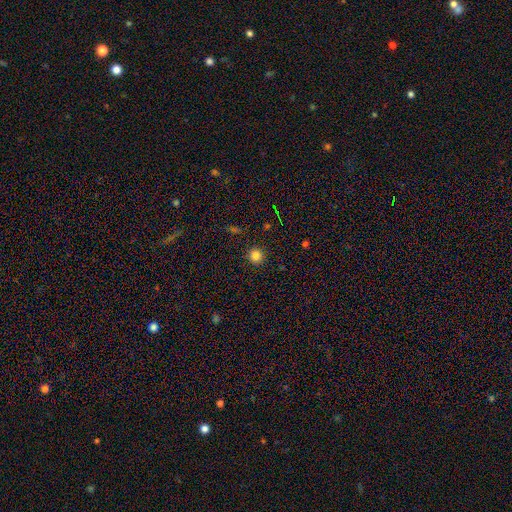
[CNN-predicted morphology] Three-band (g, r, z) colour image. It shows a smooth galaxy with no disk features (82%) that is round (93%). Merging: none (91%).